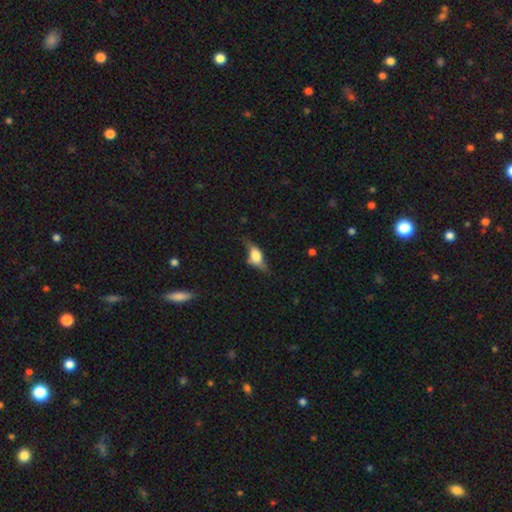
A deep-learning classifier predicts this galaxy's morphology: Smooth or featured? smooth (47%)
Merging? none (56%)